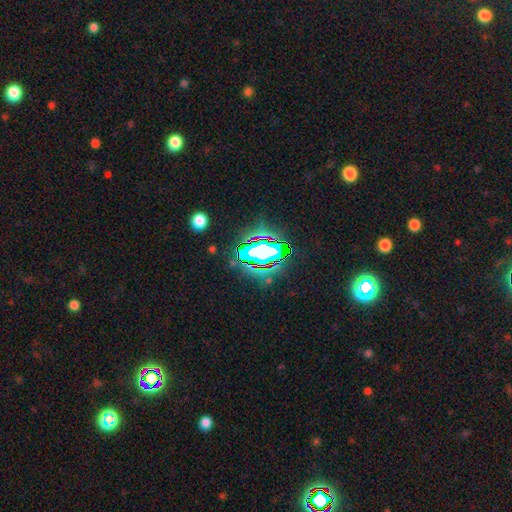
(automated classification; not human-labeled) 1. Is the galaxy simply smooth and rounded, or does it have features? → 60% star or artifact, 21% smooth, 19% featured or disk.